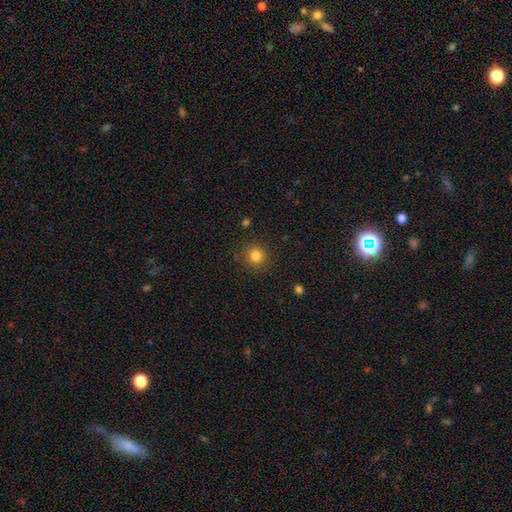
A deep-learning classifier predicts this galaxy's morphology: Smooth or featured? smooth (82%)
How rounded? round (91%)
Merging? none (87%)